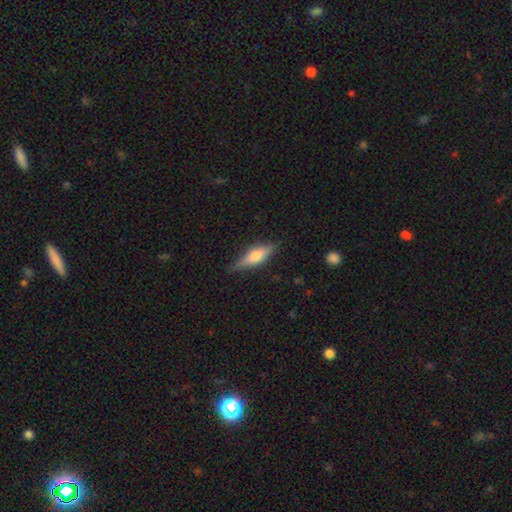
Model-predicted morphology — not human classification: This appears to be a featured or disk galaxy (47%). Merging: none (81%).